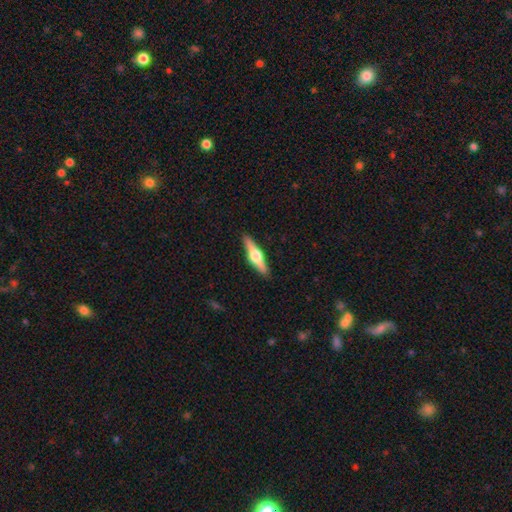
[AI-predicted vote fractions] Morphology: type=featured or disk (68%); edge-on=yes (97%); edge-on bulge=rounded (95%); merging=none (91%).